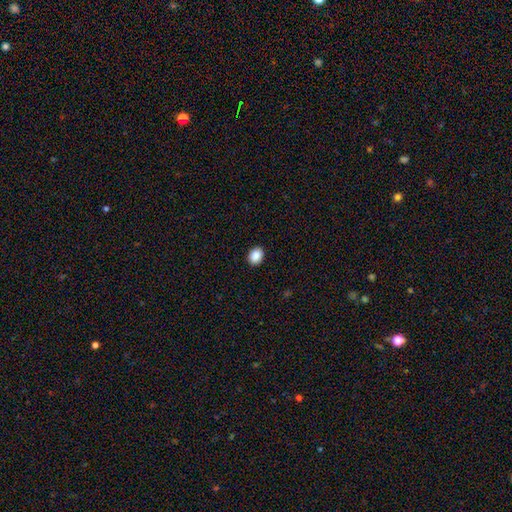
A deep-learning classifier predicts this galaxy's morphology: smooth-or-featured: smooth: 89% | star or artifact: 9% | featured or disk: 3%
  how-rounded: in between: 57% | round: 42% | cigar-shaped: 1%
  merging: none: 90% | minor disturbance: 7% | major disturbance: 2% | merger: 1%